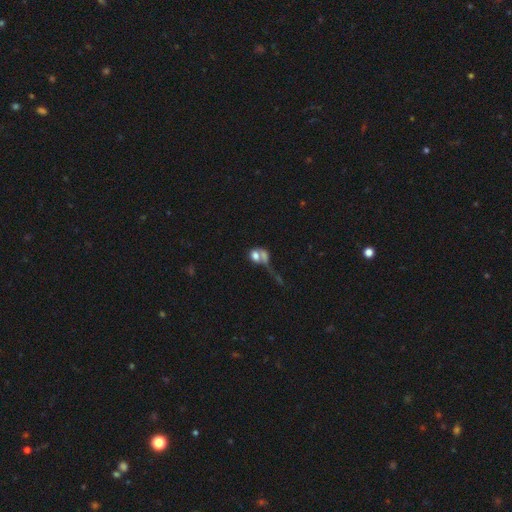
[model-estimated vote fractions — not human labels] Overall: smooth (62%; featured or disk 25%). How rounded: in between (52%; round 45%). Merging: merger (60%).